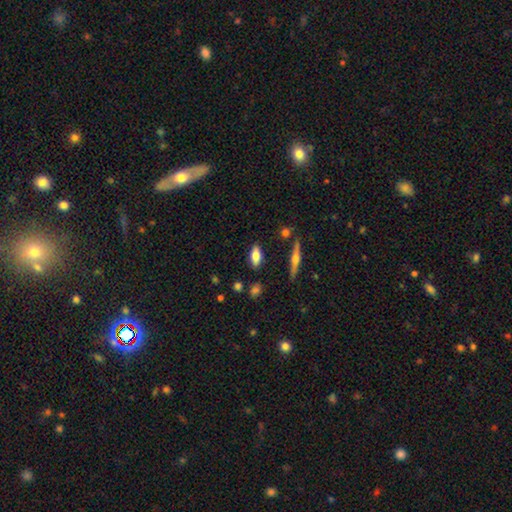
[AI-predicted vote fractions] A smooth galaxy with no disk features (65%) that is in between round and cigar-shaped (78%).

Vote fractions:
- Smooth or featured? smooth: 65% / featured or disk: 28% / star or artifact: 8%
- How rounded? in between: 78% / cigar-shaped: 19% / round: 3%
- Merging? none: 84% / minor disturbance: 11% / major disturbance: 3% / merger: 3%